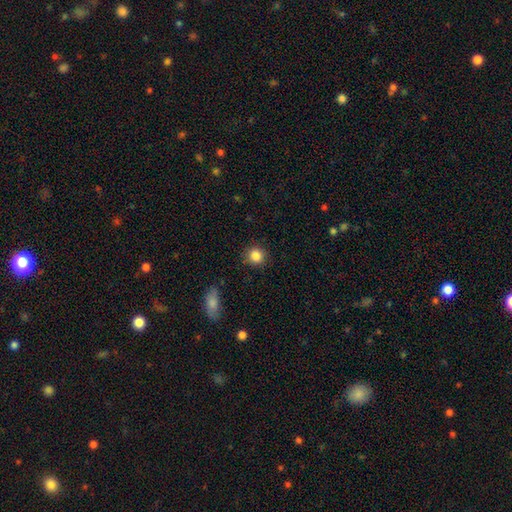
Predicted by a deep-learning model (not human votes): smooth_or_featured: smooth (p=0.86) [alt: star or artifact p=0.10]
how_rounded: round (p=0.89) [alt: in between p=0.10]
merging: none (p=0.88) [alt: minor disturbance p=0.08]